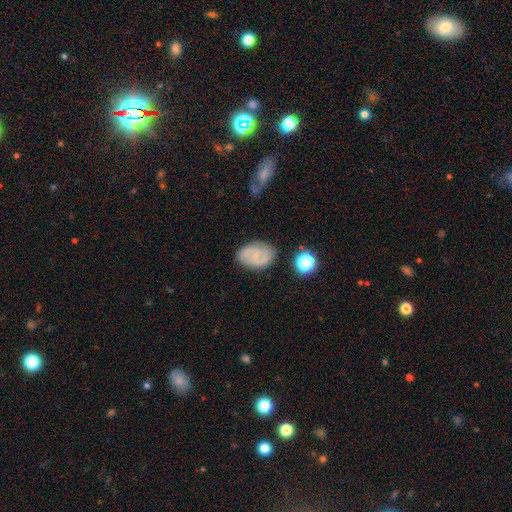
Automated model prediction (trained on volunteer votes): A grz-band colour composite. It shows a featured or disk galaxy (52%) with no bar (49%), spiral arms (84%) and a small central bulge (50%). Merging: none (76%).